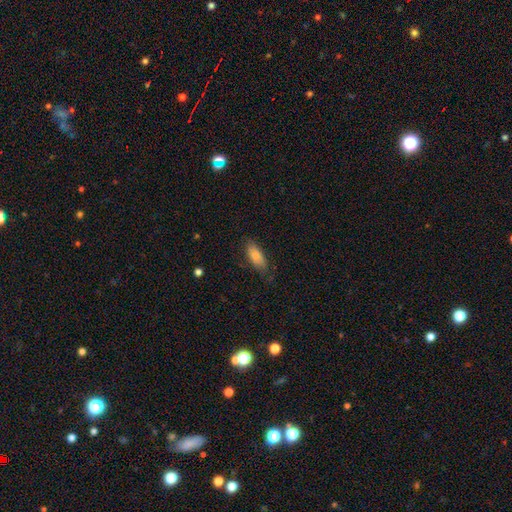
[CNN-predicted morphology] Q: Smooth or featured?
A: smooth (86%); runner-up: featured or disk (8%)
Q: How rounded?
A: in between (79%); runner-up: cigar-shaped (19%)
Q: Merging?
A: none (75%); runner-up: minor disturbance (19%)